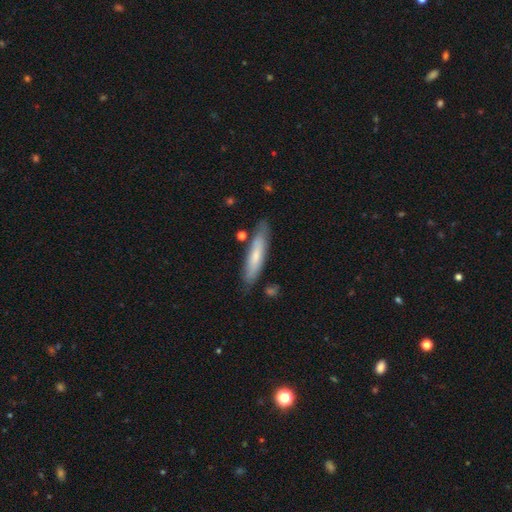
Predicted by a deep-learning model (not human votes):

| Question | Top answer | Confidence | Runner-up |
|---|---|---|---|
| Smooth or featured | smooth | 65% | featured or disk (29%) |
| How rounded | cigar-shaped | 80% | in between (18%) |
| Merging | none | 79% | minor disturbance (15%) |